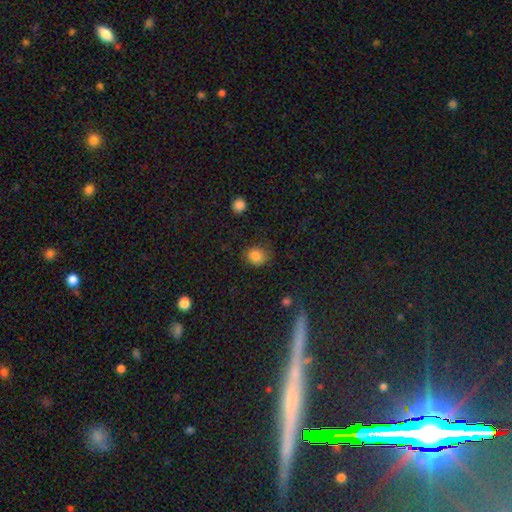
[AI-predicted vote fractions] A smooth galaxy with no disk features (83%) that is round (69%). Merging: none (76%).